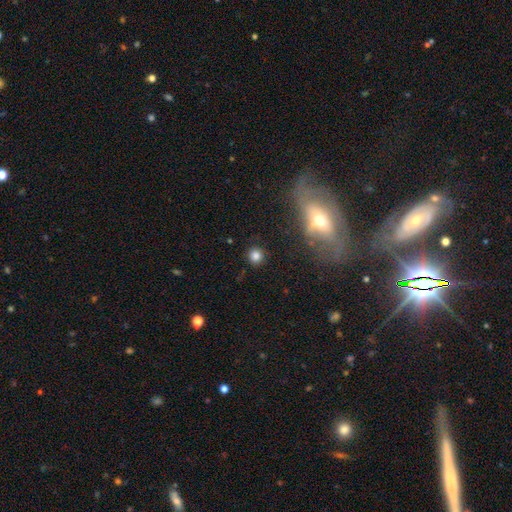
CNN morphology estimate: This appears to be a smooth galaxy with no disk features (81%) that is round (91%). Merging: none (88%).